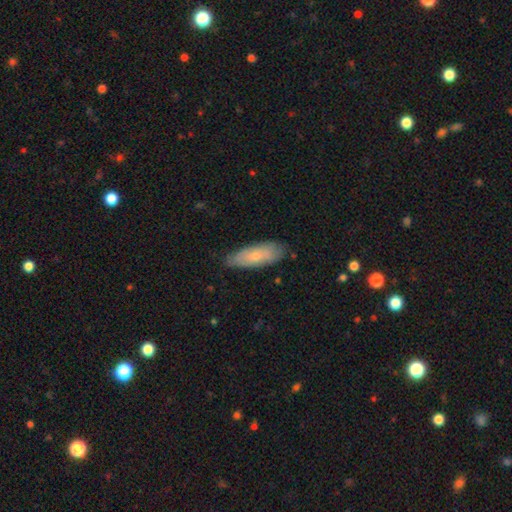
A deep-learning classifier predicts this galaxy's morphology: The model was most divided on "how rounded": in between: 63%, cigar-shaped: 35%, round: 2%. More confident: merging — none (78%); smooth or featured — smooth (70%).